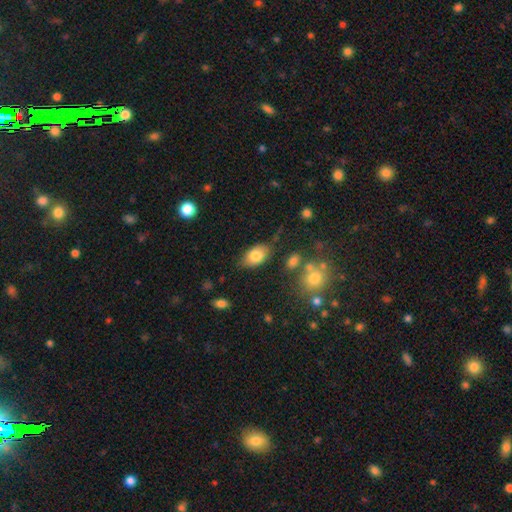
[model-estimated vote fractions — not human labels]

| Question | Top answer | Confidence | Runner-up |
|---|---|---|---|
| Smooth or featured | smooth | 81% | featured or disk (12%) |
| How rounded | in between | 91% | round (7%) |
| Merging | none | 77% | minor disturbance (16%) |